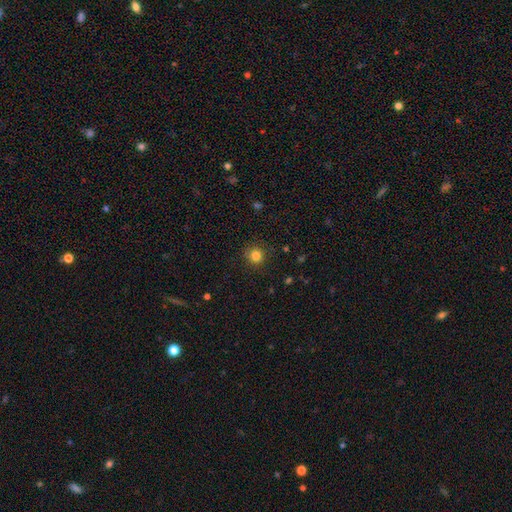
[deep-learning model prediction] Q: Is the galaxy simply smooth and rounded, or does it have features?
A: smooth — 83%.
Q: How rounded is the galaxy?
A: round — 93%.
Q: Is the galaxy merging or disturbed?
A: none — 88%.